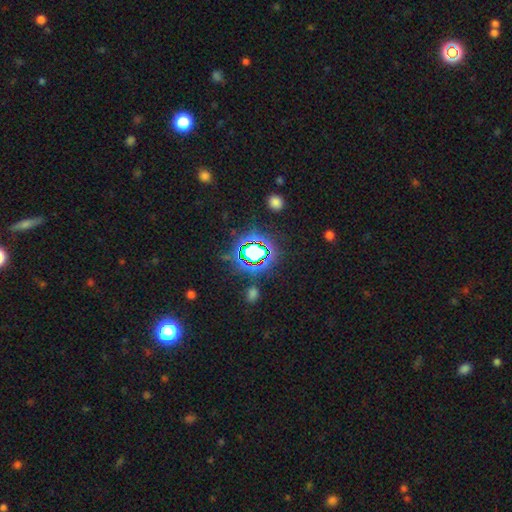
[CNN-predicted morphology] A star or artifact, not a galaxy (71%).

Vote fractions:
- Smooth or featured? star or artifact: 71% / smooth: 19% / featured or disk: 10%